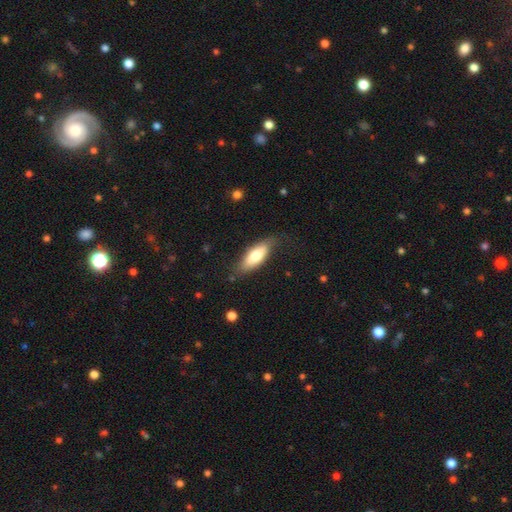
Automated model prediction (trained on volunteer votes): This is likely a smooth galaxy (72%). How rounded: likely in between (71%). Merging: likely none (68%).